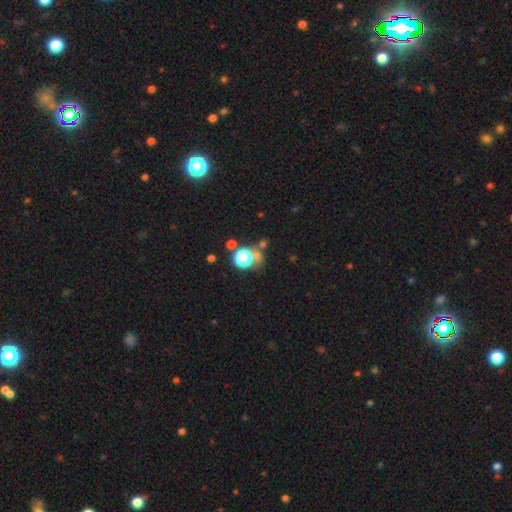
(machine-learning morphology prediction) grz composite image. It shows a star or artifact, not a galaxy (51%).